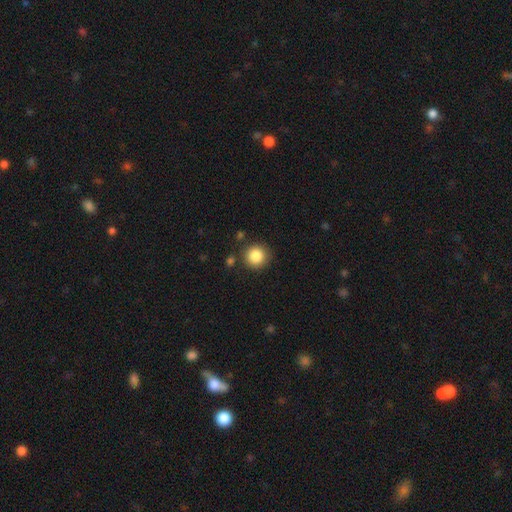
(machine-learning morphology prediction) Smooth or featured? Predicted: smooth (p=0.86). How rounded? Predicted: round (p=0.93). Merging? Predicted: none (p=0.86).